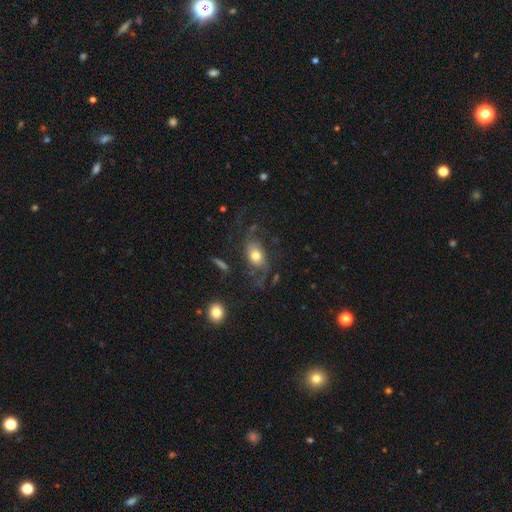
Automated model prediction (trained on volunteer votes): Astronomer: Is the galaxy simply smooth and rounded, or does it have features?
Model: smooth — 53% (runner-up: featured or disk, 37%).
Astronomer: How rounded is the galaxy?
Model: in between — 75%.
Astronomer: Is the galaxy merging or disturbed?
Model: none — 46% (runner-up: major disturbance, 30%).